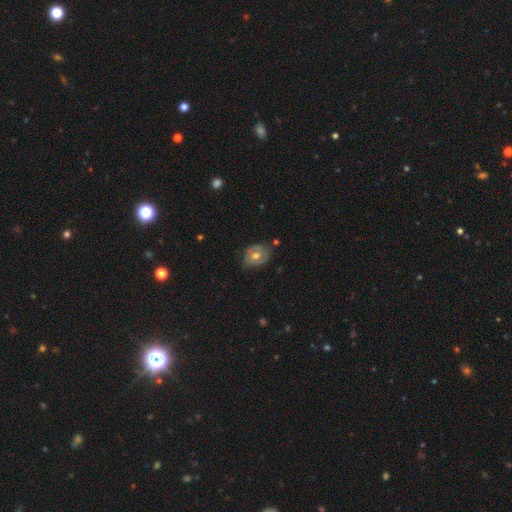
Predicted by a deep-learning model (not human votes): This appears to be a featured or disk galaxy (46%). Merging: none (67%).